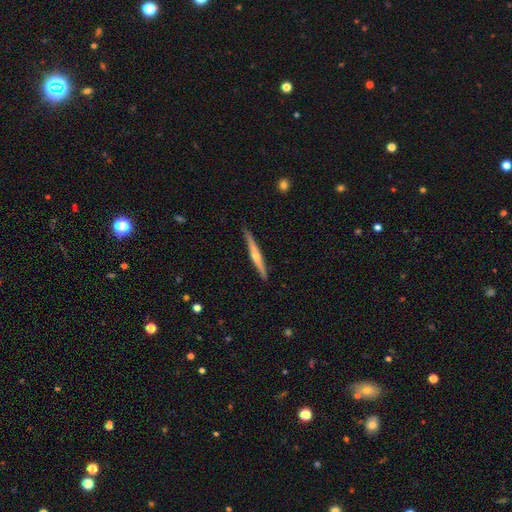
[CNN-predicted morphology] type=featured or disk (70%); edge-on=yes (98%); edge-on bulge=rounded (83%); merging=none (89%).